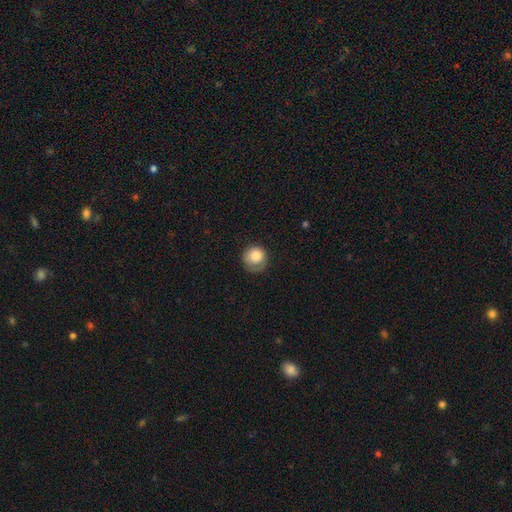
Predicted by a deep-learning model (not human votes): Overall: smooth (78%). How rounded: round (90%). Merging: none (62%; minor disturbance 24%).